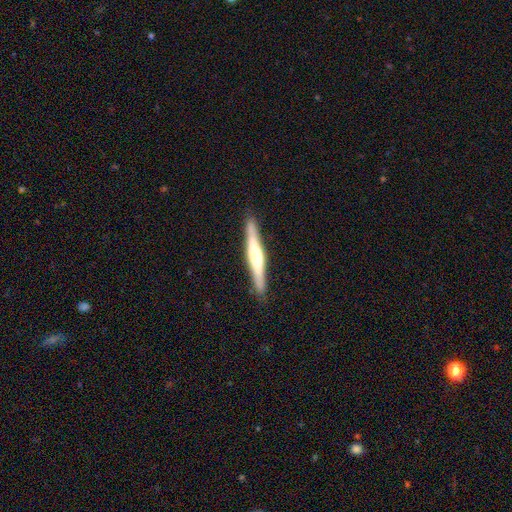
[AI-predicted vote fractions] Smooth or featured? Predicted: featured or disk (p=0.59). Edge-on disk? Predicted: yes (p=0.96). Edge-on bulge? Predicted: rounded (p=0.57). Merging? Predicted: none (p=0.89).